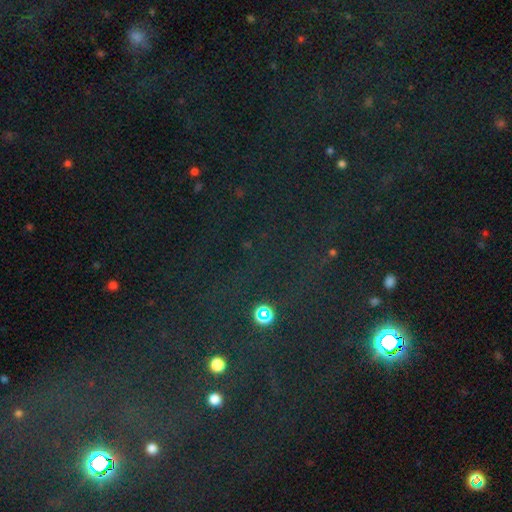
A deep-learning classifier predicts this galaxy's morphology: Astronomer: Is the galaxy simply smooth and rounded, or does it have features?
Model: star or artifact — 77%.